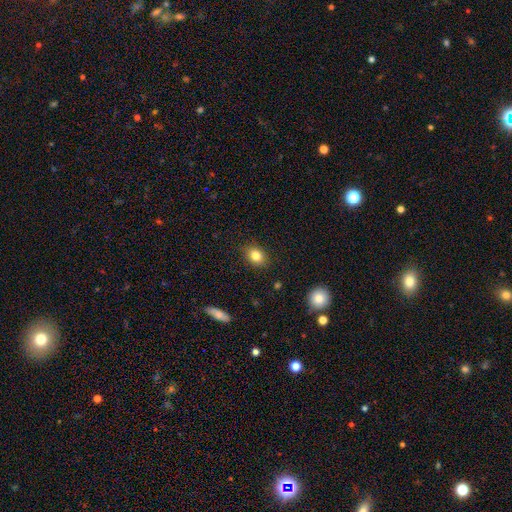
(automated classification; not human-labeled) Q: Smooth or featured?
A: smooth (82%); runner-up: star or artifact (10%)
Q: How rounded?
A: in between (55%); runner-up: round (43%)
Q: Merging?
A: none (88%); runner-up: minor disturbance (9%)